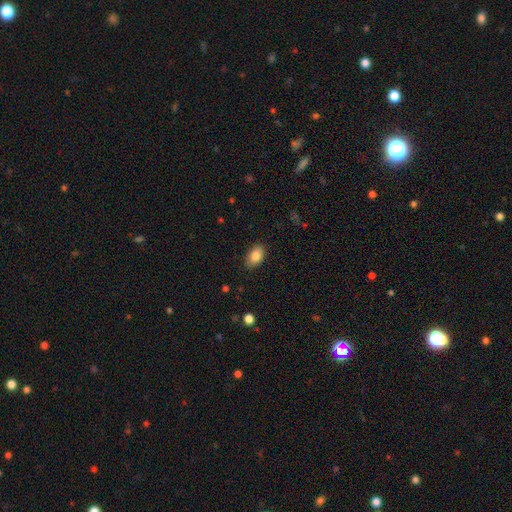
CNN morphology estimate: A smooth galaxy with no disk features (85%) that is in between round and cigar-shaped (91%). Merging: none (86%).